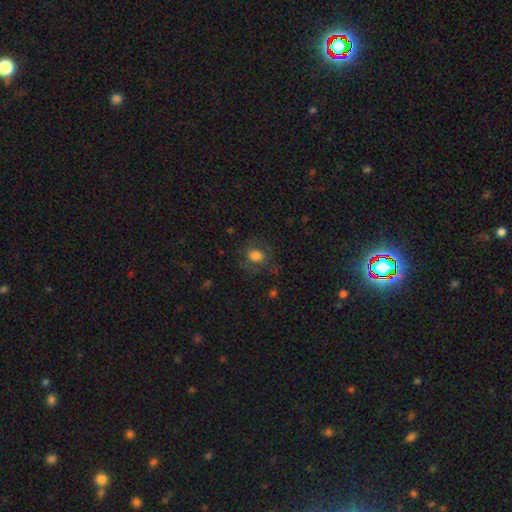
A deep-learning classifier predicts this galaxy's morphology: This appears to be a smooth galaxy with no disk features (70%) that is round (59%). Merging: none (68%).